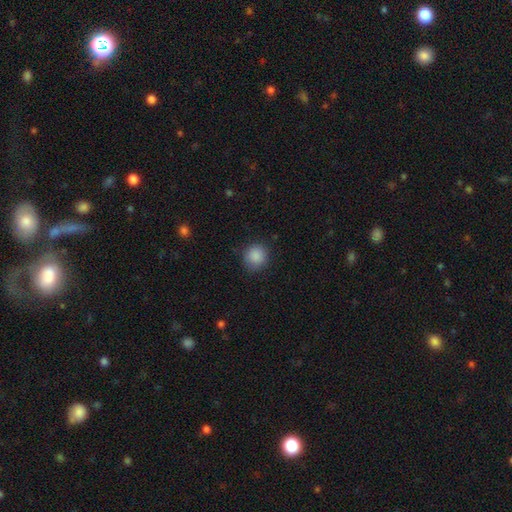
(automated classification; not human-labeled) Smooth or featured: smooth — 87% (star or artifact — 9%)
How rounded: round — 89% (in between — 10%)
Merging: none — 83% (minor disturbance — 12%)